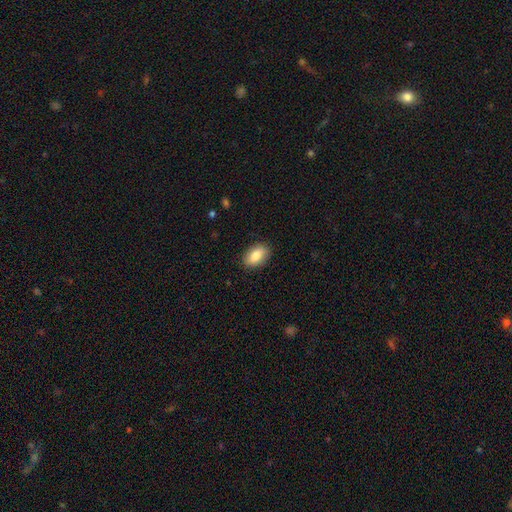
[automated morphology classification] This appears to be a smooth galaxy with no disk features (83%) that is in between round and cigar-shaped (90%). Merging: none (87%).